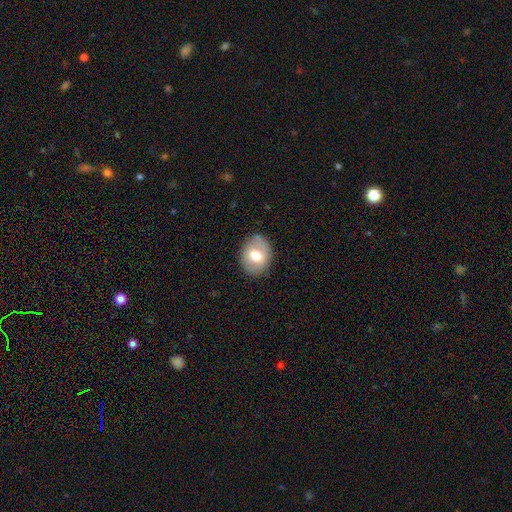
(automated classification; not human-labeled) Smooth or featured? Predicted: smooth (p=0.67). How rounded? Predicted: in between (p=0.52). Merging? Predicted: none (p=0.80).